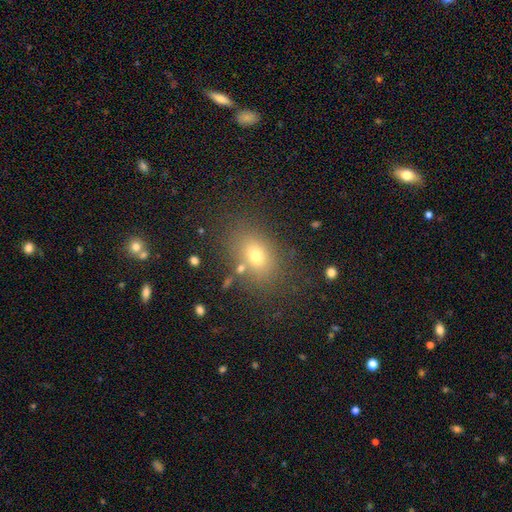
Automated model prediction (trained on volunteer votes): A smooth galaxy with no disk features (72%) that is in between round and cigar-shaped (75%).

Vote fractions:
- Smooth or featured? smooth: 72% / star or artifact: 15% / featured or disk: 12%
- How rounded? in between: 75% / round: 23% / cigar-shaped: 2%
- Merging? none: 78% / minor disturbance: 12% / merger: 5% / major disturbance: 5%